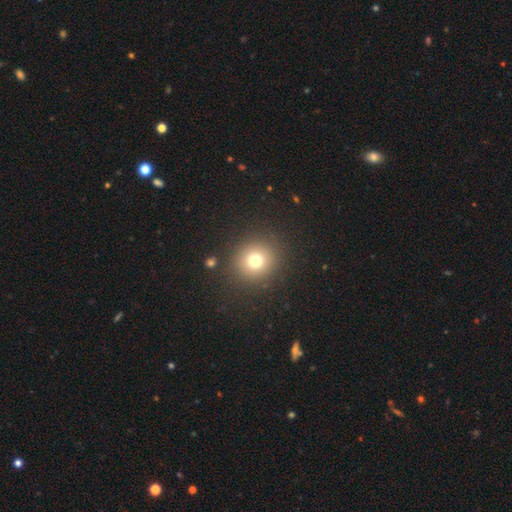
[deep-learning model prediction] Q: Smooth or featured?
A: smooth (63%); runner-up: star or artifact (31%)
Q: How rounded?
A: round (90%); runner-up: in between (9%)
Q: Merging?
A: none (92%); runner-up: minor disturbance (5%)